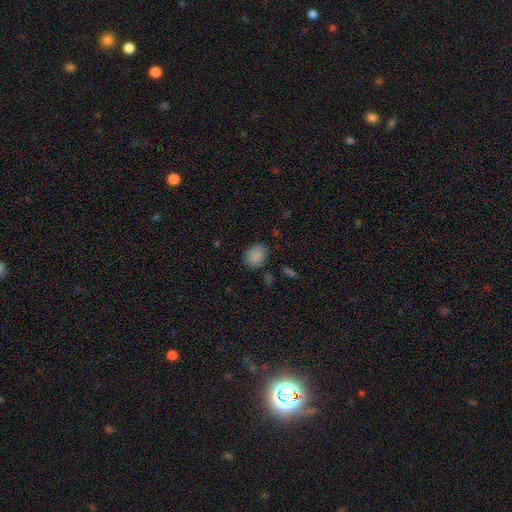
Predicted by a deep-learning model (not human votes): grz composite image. It shows a smooth galaxy with no disk features (86%) that is round (53%). Merging: none (77%).